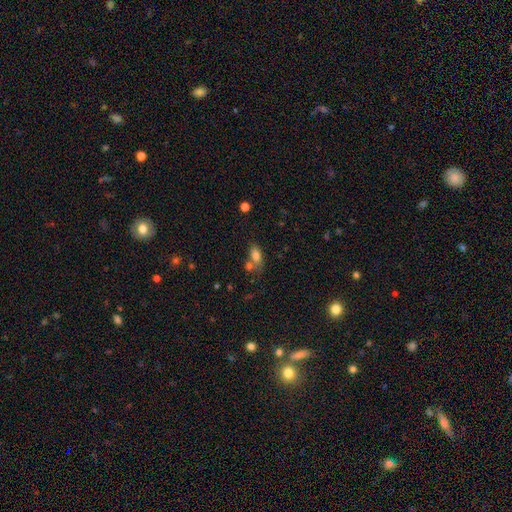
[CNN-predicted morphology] Smooth or featured?
  - smooth: 79% *
  - featured or disk: 11%
  - star or artifact: 10%
How rounded?
  - in between: 86% *
  - cigar-shaped: 8%
  - round: 7%
Merging?
  - none: 49% *
  - merger: 28%
  - minor disturbance: 16%
  - major disturbance: 6%